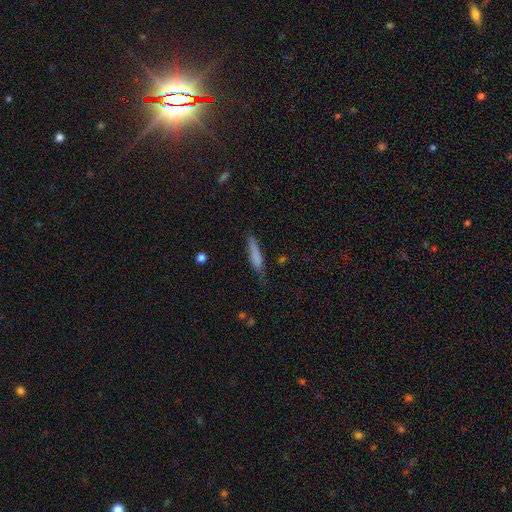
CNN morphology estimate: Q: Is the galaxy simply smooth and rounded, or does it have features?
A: smooth — 74%.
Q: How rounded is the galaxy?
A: cigar-shaped — 86%.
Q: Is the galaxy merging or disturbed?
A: none — 62%.